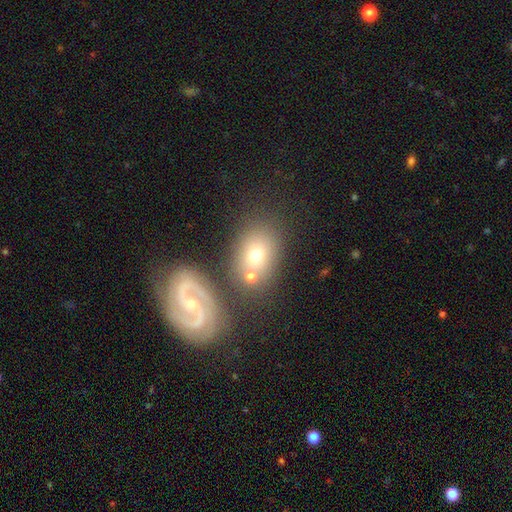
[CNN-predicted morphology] type=smooth (47%); merging=none (62%).